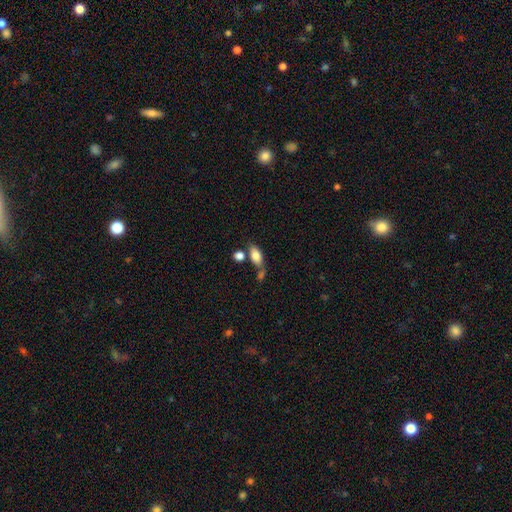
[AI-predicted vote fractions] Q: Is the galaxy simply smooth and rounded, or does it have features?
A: smooth — 79%.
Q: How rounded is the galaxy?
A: in between — 87%.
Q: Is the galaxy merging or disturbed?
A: none — 53%.